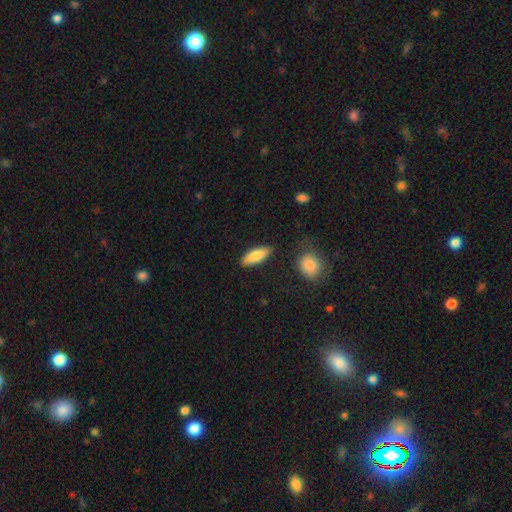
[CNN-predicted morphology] smooth_or_featured: smooth (p=0.85) [alt: featured or disk p=0.09]
how_rounded: in between (p=0.65) [alt: cigar-shaped p=0.33]
merging: none (p=0.85) [alt: minor disturbance p=0.10]